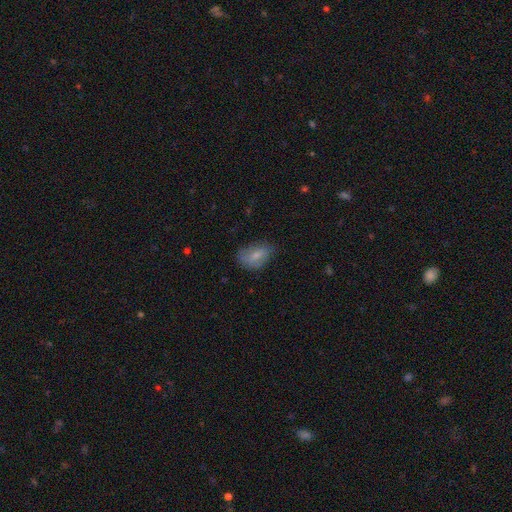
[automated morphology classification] Q: Smooth or featured?
A: smooth (69%); runner-up: featured or disk (23%)
Q: How rounded?
A: in between (88%); runner-up: round (10%)
Q: Merging?
A: none (61%); runner-up: minor disturbance (29%)